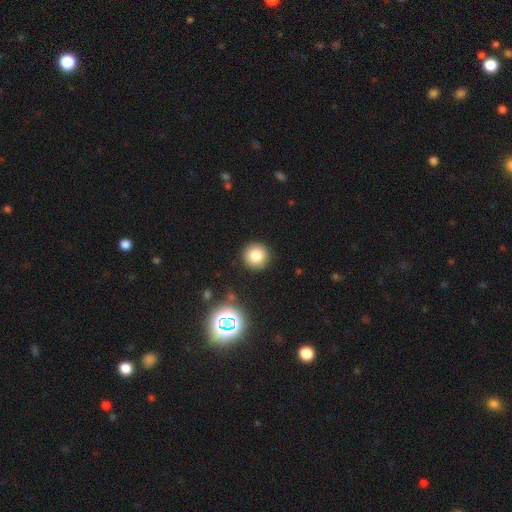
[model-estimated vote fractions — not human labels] The model was most divided on "smooth or featured": smooth: 79%, star or artifact: 14%, featured or disk: 7%. More confident: how rounded — round (95%); merging — none (91%).